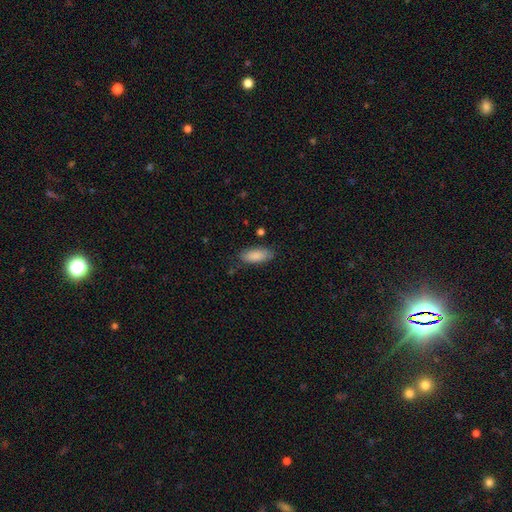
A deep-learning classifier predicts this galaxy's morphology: Smooth or featured? Predicted: smooth (p=0.87). How rounded? Predicted: in between (p=0.83). Merging? Predicted: none (p=0.79).